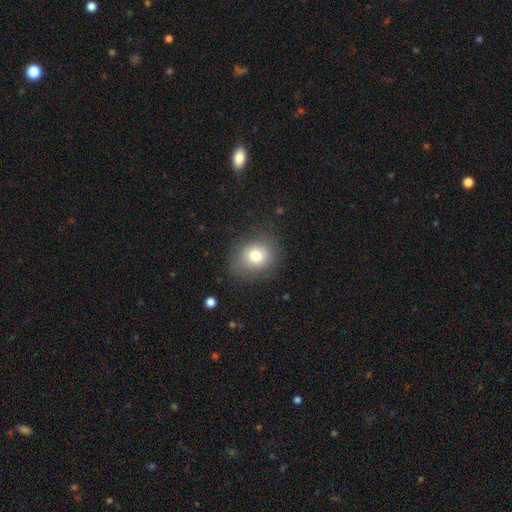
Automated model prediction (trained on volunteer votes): Smooth or featured? Predicted: smooth (p=0.77). How rounded? Predicted: round (p=0.71). Merging? Predicted: none (p=0.80).